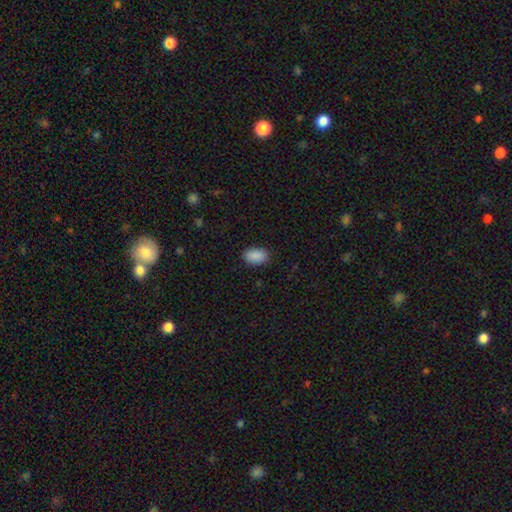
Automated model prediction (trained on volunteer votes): A smooth galaxy with no disk features (90%) that is in between round and cigar-shaped (92%).

Vote fractions:
- Smooth or featured? smooth: 90% / star or artifact: 7% / featured or disk: 3%
- How rounded? in between: 92% / round: 6% / cigar-shaped: 2%
- Merging? none: 87% / minor disturbance: 9% / major disturbance: 2% / merger: 1%